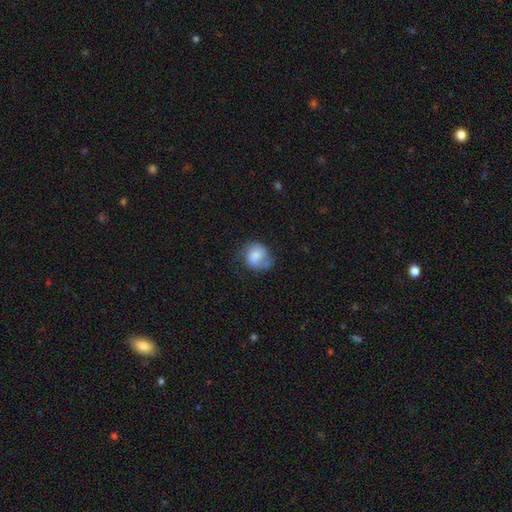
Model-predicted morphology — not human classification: smooth-or-featured: smooth: 65% | featured or disk: 27% | star or artifact: 8%
  how-rounded: round: 70% | in between: 30% | cigar-shaped: 1%
  merging: none: 50% | minor disturbance: 30% | major disturbance: 16% | merger: 4%